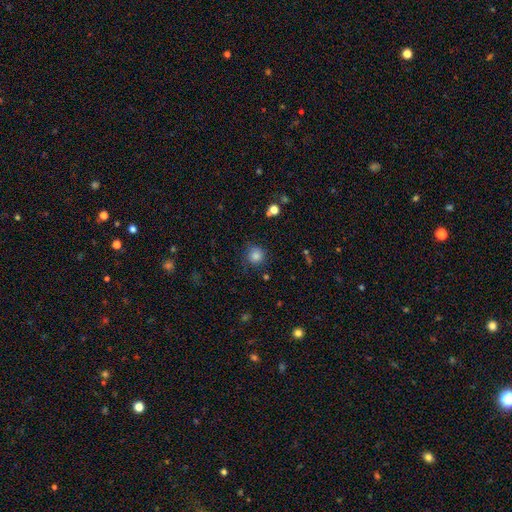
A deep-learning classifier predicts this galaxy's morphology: The model was most divided on "merging": none: 79%, minor disturbance: 14%, major disturbance: 5%, merger: 2%. More confident: how rounded — round (92%); smooth or featured — smooth (82%).